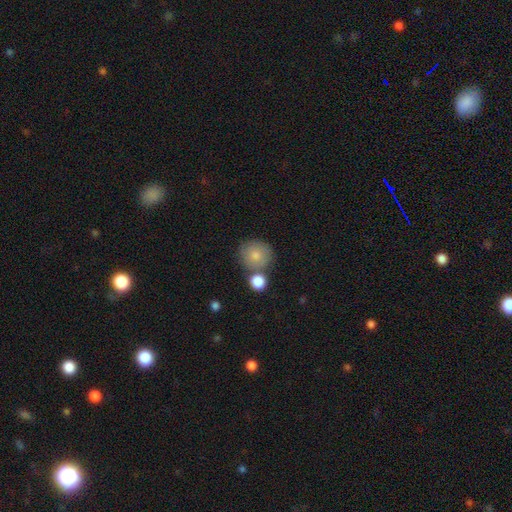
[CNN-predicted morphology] smooth_or_featured: smooth (p=0.80) [alt: featured or disk p=0.12]
how_rounded: round (p=0.89) [alt: in between p=0.10]
merging: none (p=0.65) [alt: merger p=0.18]